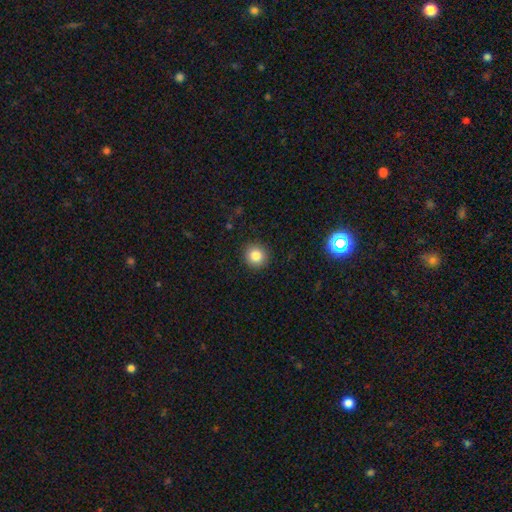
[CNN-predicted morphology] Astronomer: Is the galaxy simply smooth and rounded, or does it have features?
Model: smooth — 84%.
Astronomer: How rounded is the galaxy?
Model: round — 94%.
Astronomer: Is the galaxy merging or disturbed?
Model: none — 91%.